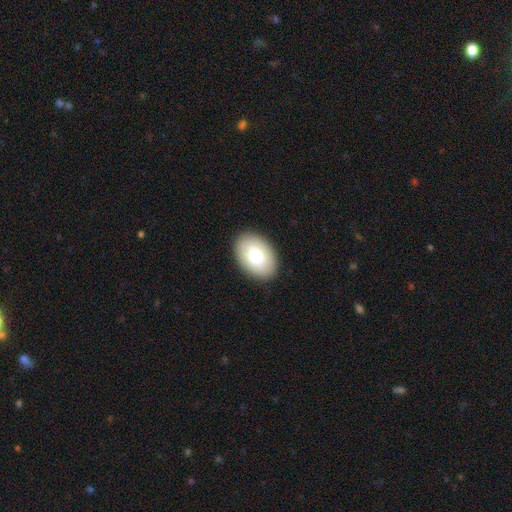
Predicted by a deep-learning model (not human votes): Smooth or featured?
  - smooth: 80% *
  - featured or disk: 14%
  - star or artifact: 6%
How rounded?
  - in between: 87% *
  - round: 12%
  - cigar-shaped: 1%
Merging?
  - none: 89% *
  - minor disturbance: 8%
  - major disturbance: 2%
  - merger: 1%